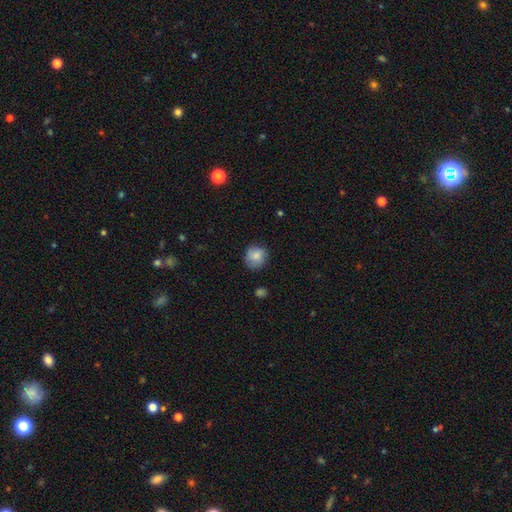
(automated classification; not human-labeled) A smooth galaxy with no disk features (84%) that is round (83%). Merging: none (77%).